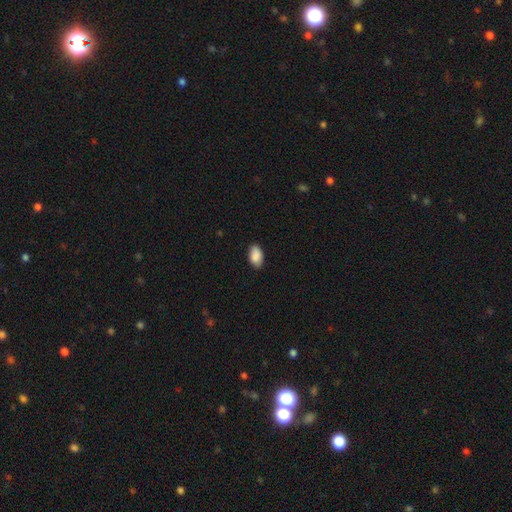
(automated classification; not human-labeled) Overall: smooth (90%). How rounded: in between (94%). Merging: none (85%).